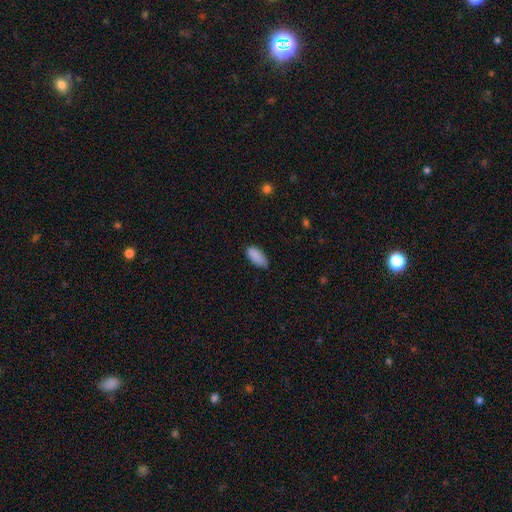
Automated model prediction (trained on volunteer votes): The model was most divided on "merging": none: 75%, minor disturbance: 21%, major disturbance: 3%, merger: 1%. More confident: how rounded — in between (91%); smooth or featured — smooth (89%).